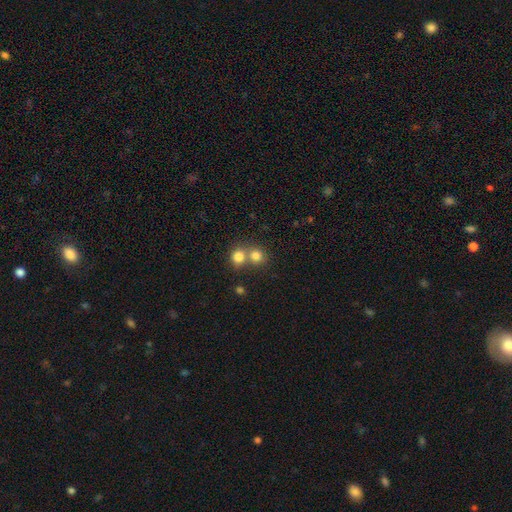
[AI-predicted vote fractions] This is likely a smooth galaxy (79%). How rounded: clearly round (84%). Merging: possibly merger (47%).